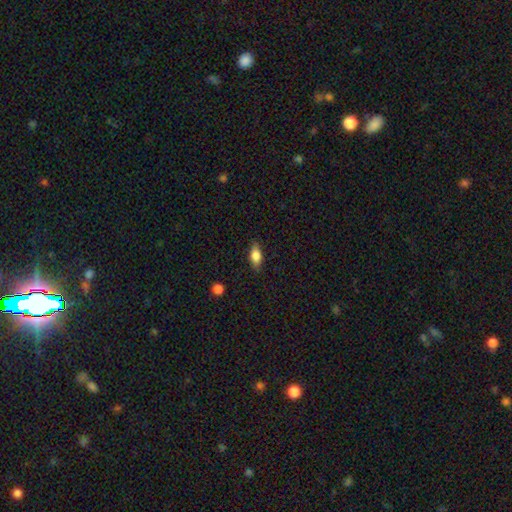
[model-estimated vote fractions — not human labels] Smooth or featured: smooth — 75% (featured or disk — 17%)
How rounded: in between — 80% (cigar-shaped — 14%)
Merging: none — 83% (minor disturbance — 13%)